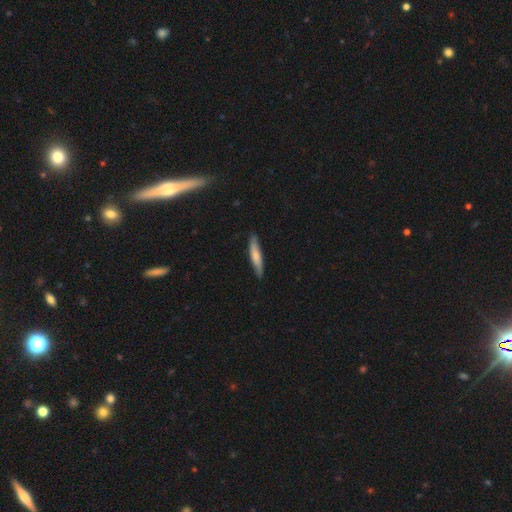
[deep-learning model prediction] Smooth or featured? smooth (66%)
How rounded? cigar-shaped (89%)
Merging? none (83%)